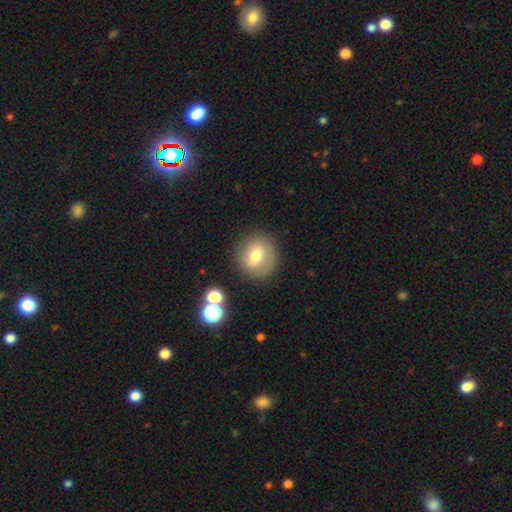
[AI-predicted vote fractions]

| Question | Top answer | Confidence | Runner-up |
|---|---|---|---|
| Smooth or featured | smooth | 66% | featured or disk (24%) |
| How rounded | round | 82% | in between (17%) |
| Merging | none | 82% | minor disturbance (11%) |